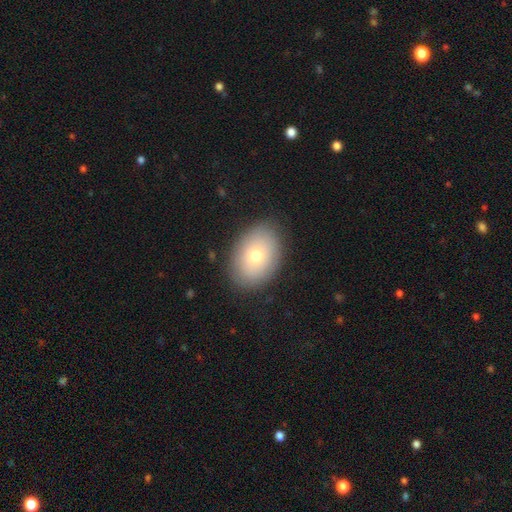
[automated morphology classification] The model was most divided on "smooth or featured": smooth: 72%, featured or disk: 19%, star or artifact: 9%. More confident: merging — none (85%); how rounded — in between (76%).